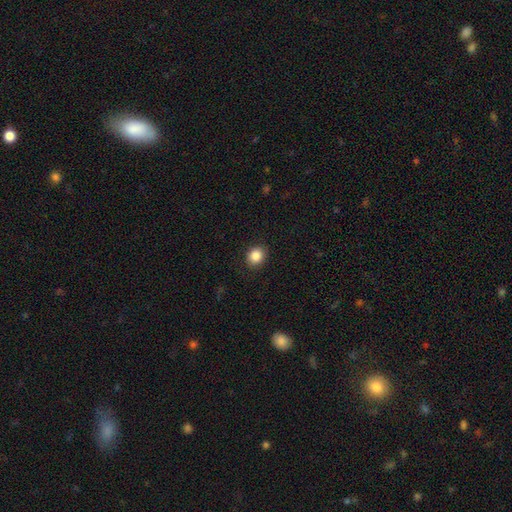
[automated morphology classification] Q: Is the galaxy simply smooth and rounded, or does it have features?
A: smooth — 86%.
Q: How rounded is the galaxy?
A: round — 67%.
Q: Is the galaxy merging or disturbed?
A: none — 89%.